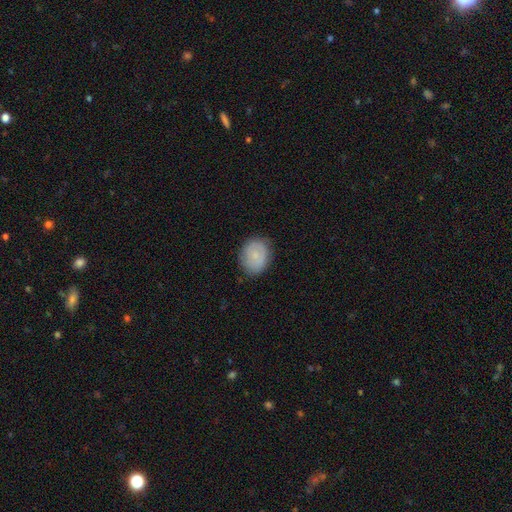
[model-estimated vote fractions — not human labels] smooth_or_featured: smooth (p=0.73) [alt: featured or disk p=0.20]
how_rounded: round (p=0.60) [alt: in between p=0.39]
merging: none (p=0.78) [alt: minor disturbance p=0.17]